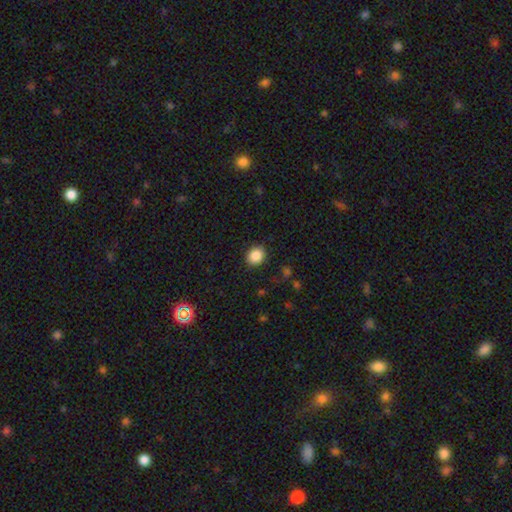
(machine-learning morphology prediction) The model was most divided on "how rounded": round: 64%, in between: 35%, cigar-shaped: 1%. More confident: merging — none (89%); smooth or featured — smooth (88%).